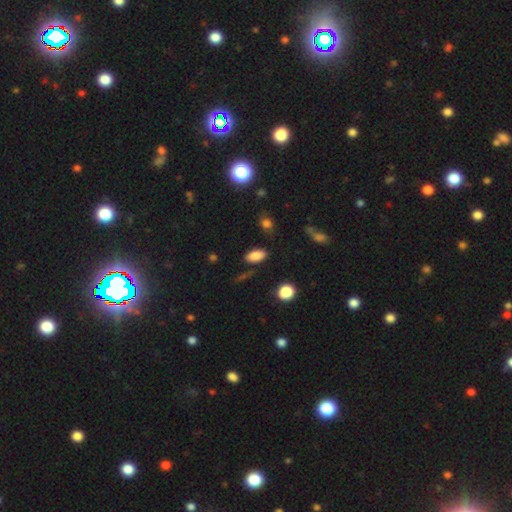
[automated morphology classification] Smooth or featured? Predicted: smooth (p=0.84). How rounded? Predicted: in between (p=0.89). Merging? Predicted: none (p=0.81).